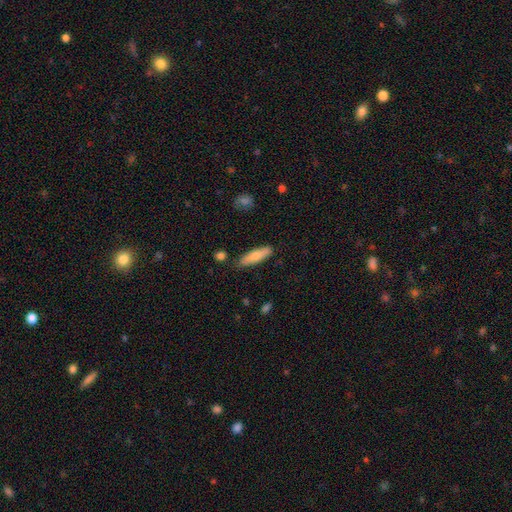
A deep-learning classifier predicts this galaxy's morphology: A smooth galaxy with no disk features (75%) that is cigar-shaped (64%).

Vote fractions:
- Smooth or featured? smooth: 75% / featured or disk: 19% / star or artifact: 6%
- How rounded? cigar-shaped: 64% / in between: 34% / round: 2%
- Merging? none: 82% / minor disturbance: 13% / major disturbance: 2% / merger: 2%